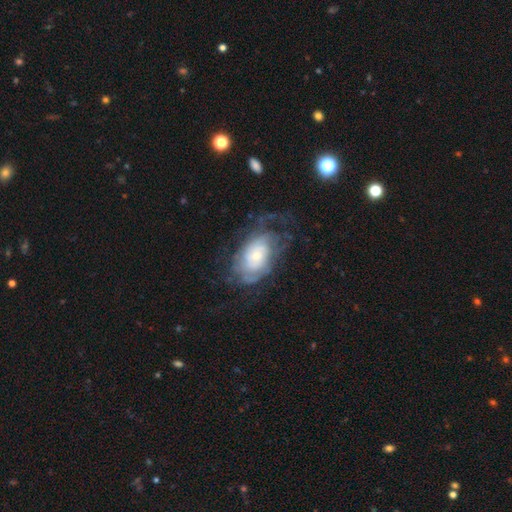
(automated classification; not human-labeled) featured or disk 71%, smooth 22%, star or artifact 7%. Down the decision tree: edge-on disk — no (95%); bar — no (76%); spiral arms — yes (82%); spiral arm count — can't tell (55%); spiral winding — tight (54%); bulge size — small (54%); merging — none (52%).